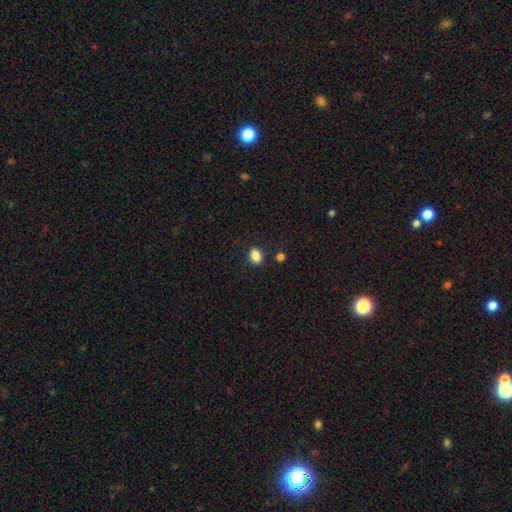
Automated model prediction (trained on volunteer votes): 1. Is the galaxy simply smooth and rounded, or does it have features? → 85% smooth, 10% star or artifact, 5% featured or disk.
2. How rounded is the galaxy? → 76% in between, 23% round, 2% cigar-shaped.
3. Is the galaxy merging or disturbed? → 82% none, 11% minor disturbance, 4% merger, 3% major disturbance.